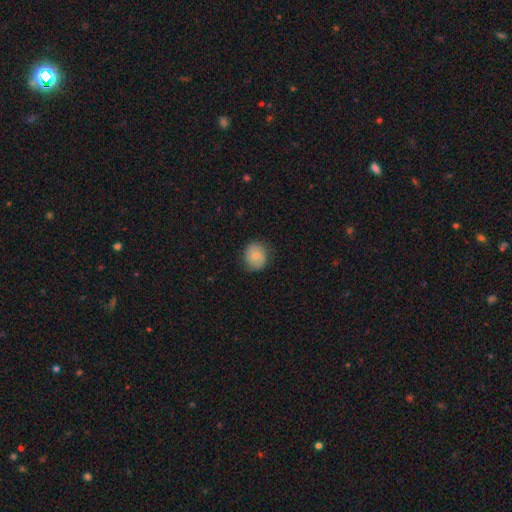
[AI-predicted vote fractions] Smooth or featured?
  - smooth: 75% *
  - featured or disk: 17%
  - star or artifact: 8%
How rounded?
  - round: 78% *
  - in between: 21%
  - cigar-shaped: 1%
Merging?
  - none: 81% *
  - minor disturbance: 15%
  - major disturbance: 4%
  - merger: 1%